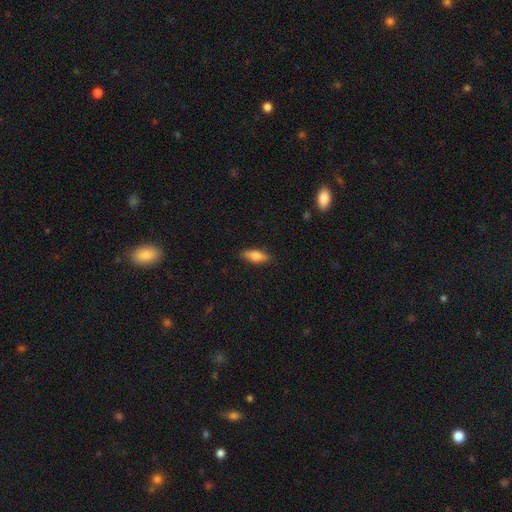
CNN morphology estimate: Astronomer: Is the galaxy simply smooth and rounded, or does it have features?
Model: smooth — 68%.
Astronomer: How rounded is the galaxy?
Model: in between — 61% (runner-up: cigar-shaped, 36%).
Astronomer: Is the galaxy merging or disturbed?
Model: none — 86%.